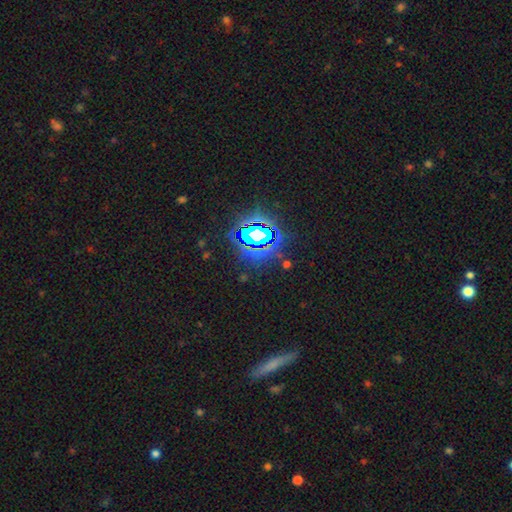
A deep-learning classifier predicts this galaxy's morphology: Smooth or featured? star or artifact (76%)